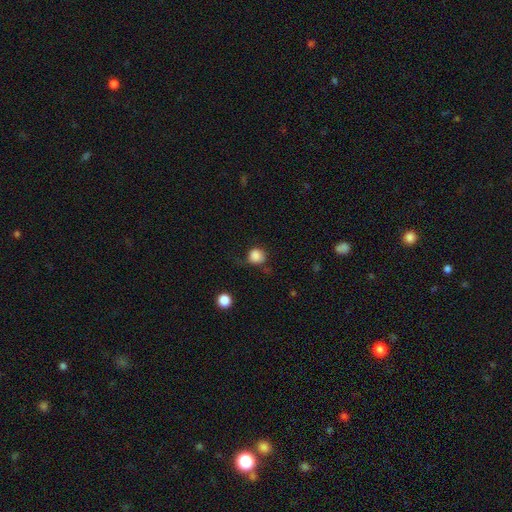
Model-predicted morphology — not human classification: smooth_or_featured: smooth (p=0.85) [alt: star or artifact p=0.10]
how_rounded: round (p=0.84) [alt: in between p=0.15]
merging: none (p=0.58) [alt: minor disturbance p=0.27]